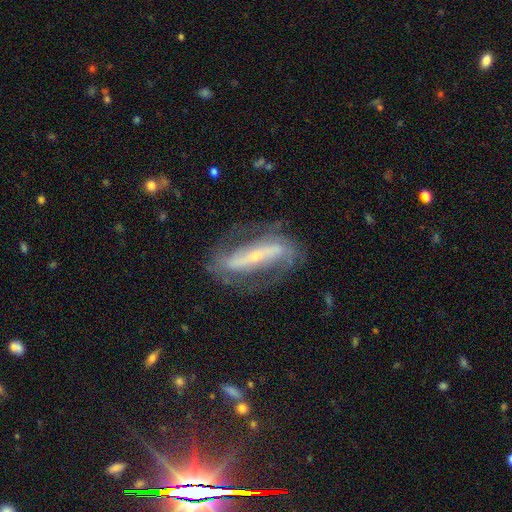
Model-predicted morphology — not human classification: type=featured or disk (84%); edge-on=no (84%); bar=strong (71%); spiral arms=yes (83%); winding=medium (41%); arm count=2 (84%); bulge=small (72%); merging=none (76%).